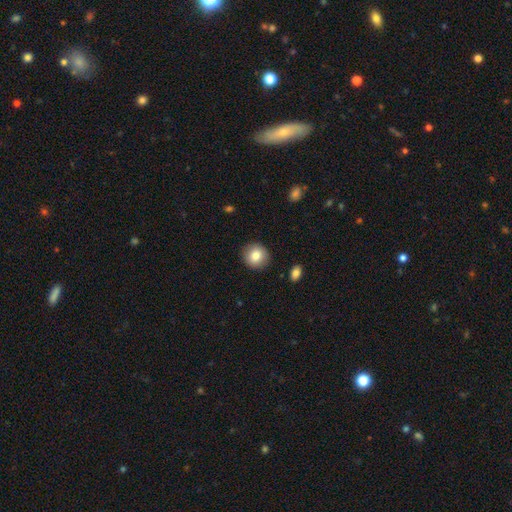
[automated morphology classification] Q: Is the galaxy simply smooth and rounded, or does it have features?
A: smooth — 83%.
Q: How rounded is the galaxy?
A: round — 91%.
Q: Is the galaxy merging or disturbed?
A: none — 90%.